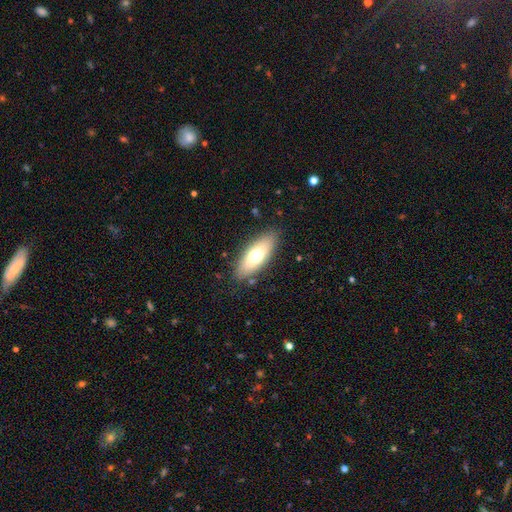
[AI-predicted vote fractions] smooth-or-featured: smooth: 67% | featured or disk: 26% | star or artifact: 7%
  how-rounded: in between: 70% | cigar-shaped: 27% | round: 2%
  merging: none: 85% | minor disturbance: 11% | major disturbance: 3% | merger: 2%